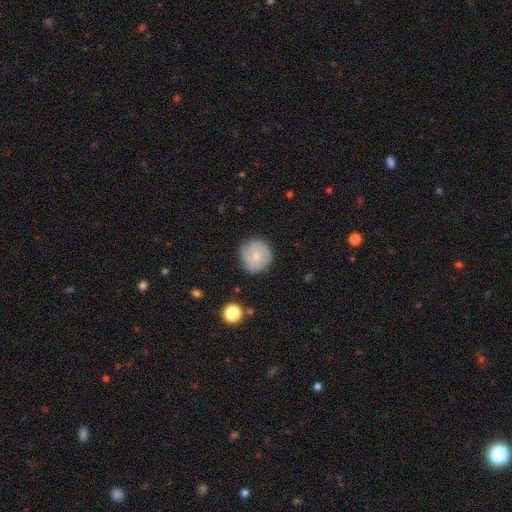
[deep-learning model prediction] Smooth or featured: smooth — 58% (featured or disk — 34%)
How rounded: round — 91% (in between — 8%)
Merging: none — 73% (minor disturbance — 20%)